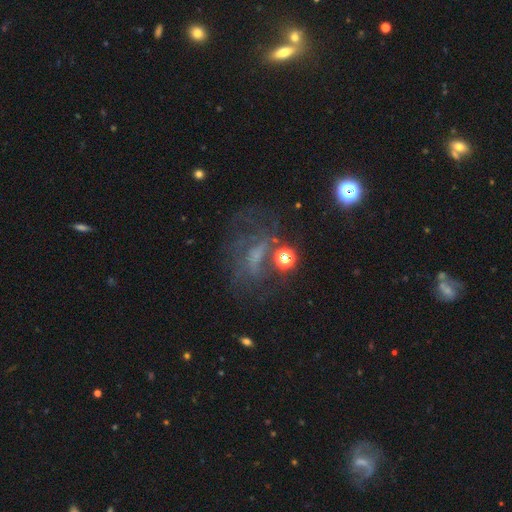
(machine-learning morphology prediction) A featured or disk galaxy (51%).

Vote fractions:
- Smooth or featured? featured or disk: 51% / smooth: 25% / star or artifact: 24%
- Edge-on disk? no: 94% / yes: 6%
- Merging? none: 45% / major disturbance: 31% / minor disturbance: 18% / merger: 6%